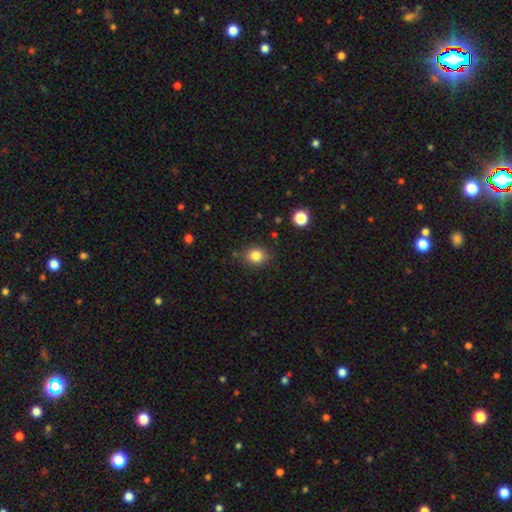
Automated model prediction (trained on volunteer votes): Smooth or featured: smooth — 82% (star or artifact — 11%)
How rounded: round — 65% (in between — 34%)
Merging: none — 82% (minor disturbance — 13%)